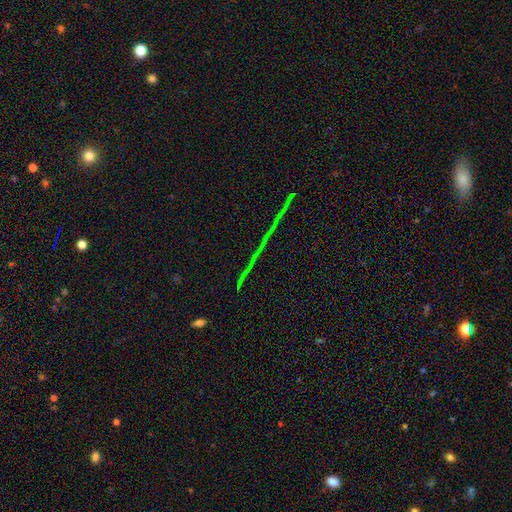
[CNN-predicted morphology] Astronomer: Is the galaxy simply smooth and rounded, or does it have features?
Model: star or artifact — 80%.